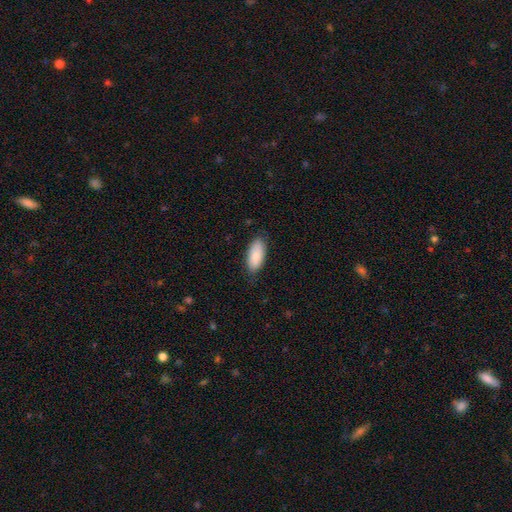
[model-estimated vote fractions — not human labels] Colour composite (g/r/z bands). It shows a smooth galaxy with no disk features (84%) that is in between round and cigar-shaped (88%). Merging: none (81%).